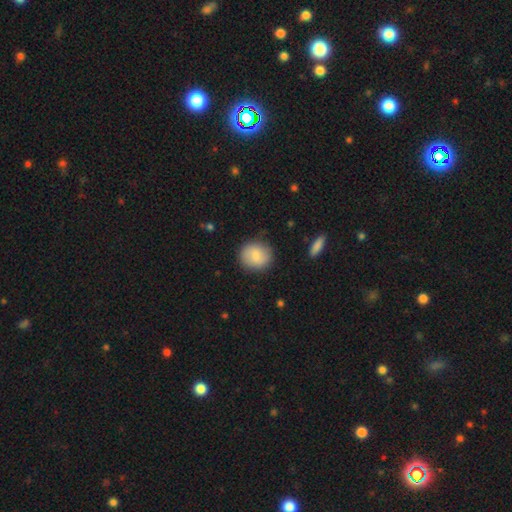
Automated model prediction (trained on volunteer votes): The model was most divided on "smooth or featured": smooth: 77%, featured or disk: 16%, star or artifact: 7%. More confident: merging — none (86%); how rounded — round (86%).